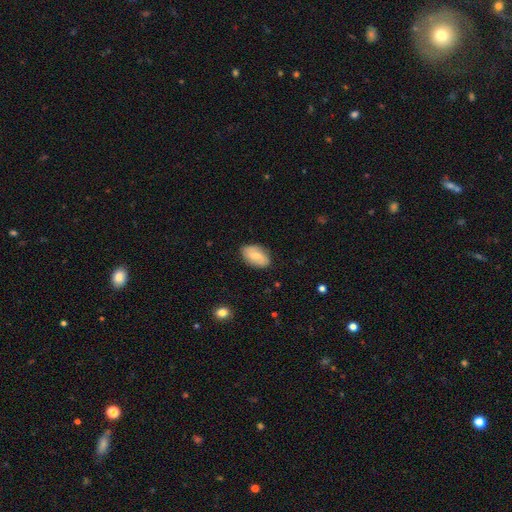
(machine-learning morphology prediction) Smooth or featured? Predicted: smooth (p=0.62). How rounded? Predicted: in between (p=0.92). Merging? Predicted: none (p=0.82).